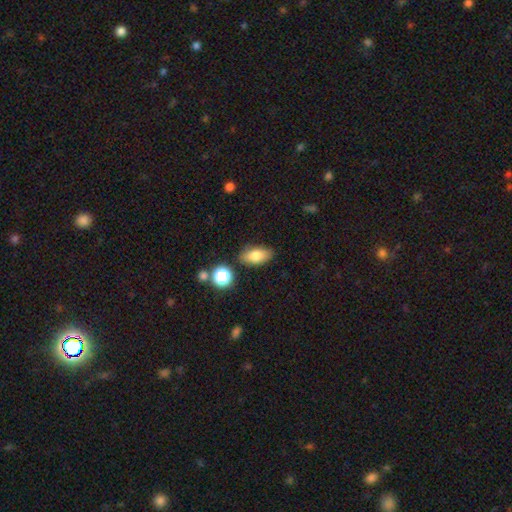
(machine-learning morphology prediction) smooth_or_featured: smooth (p=0.79) [alt: featured or disk p=0.12]
how_rounded: in between (p=0.86) [alt: round p=0.07]
merging: none (p=0.82) [alt: minor disturbance p=0.11]